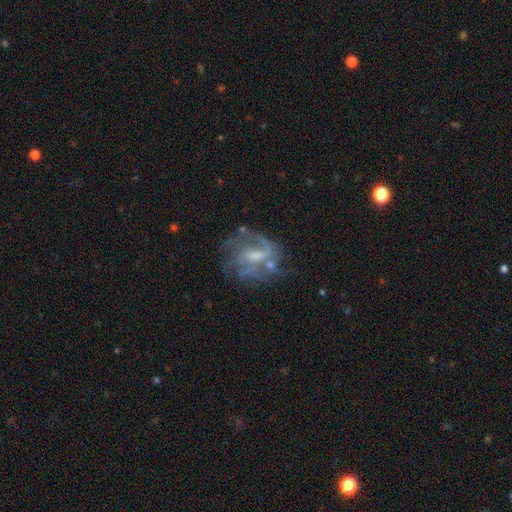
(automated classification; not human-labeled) A featured or disk galaxy (78%) with a weak bar (52%), 2 (32%) medium (43%) spiral arms (82%) and a moderate central bulge (37%). Merging: none (52%).